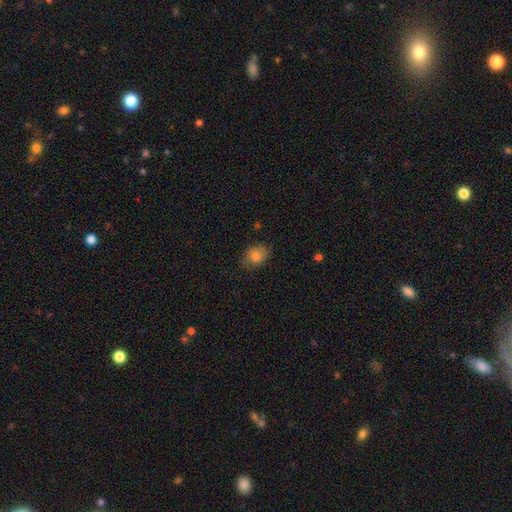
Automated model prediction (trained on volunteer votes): Smooth or featured? Predicted: smooth (p=0.82). How rounded? Predicted: in between (p=0.68). Merging? Predicted: none (p=0.74).